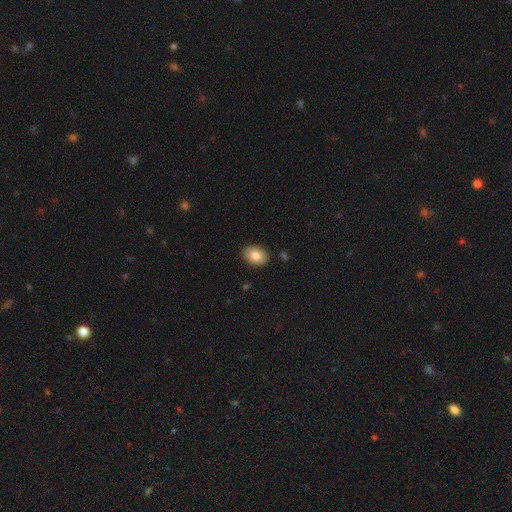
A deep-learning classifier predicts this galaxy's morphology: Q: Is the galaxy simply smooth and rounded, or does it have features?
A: smooth — 82%.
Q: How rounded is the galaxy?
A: in between — 80%.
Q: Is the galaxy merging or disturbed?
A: none — 88%.